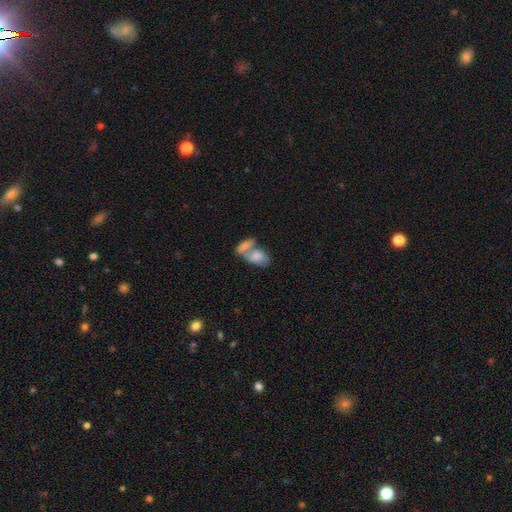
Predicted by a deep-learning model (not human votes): A smooth galaxy with no disk features (63%) that is in between round and cigar-shaped (88%).

Vote fractions:
- Smooth or featured? smooth: 63% / featured or disk: 29% / star or artifact: 8%
- How rounded? in between: 88% / round: 9% / cigar-shaped: 3%
- Merging? merger: 67% / none: 18% / minor disturbance: 9% / major disturbance: 6%